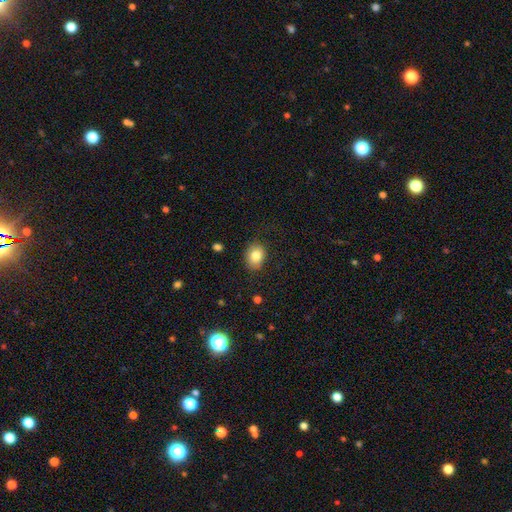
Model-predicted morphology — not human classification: The model was most divided on "how rounded": in between: 61%, round: 38%, cigar-shaped: 1%. More confident: smooth or featured — smooth (84%); merging — none (80%).